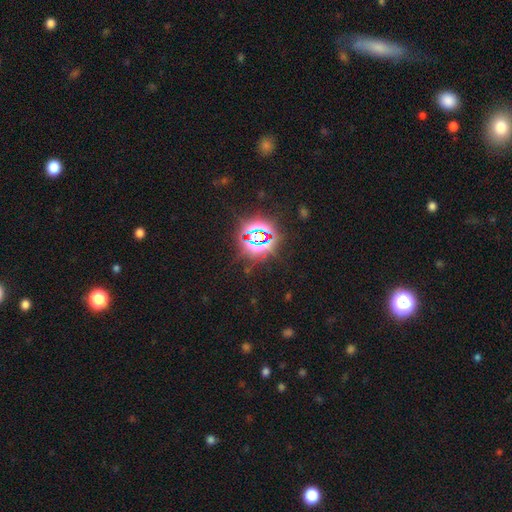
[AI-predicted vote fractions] The model was most divided on "smooth or featured": star or artifact: 75%, smooth: 18%, featured or disk: 7%.